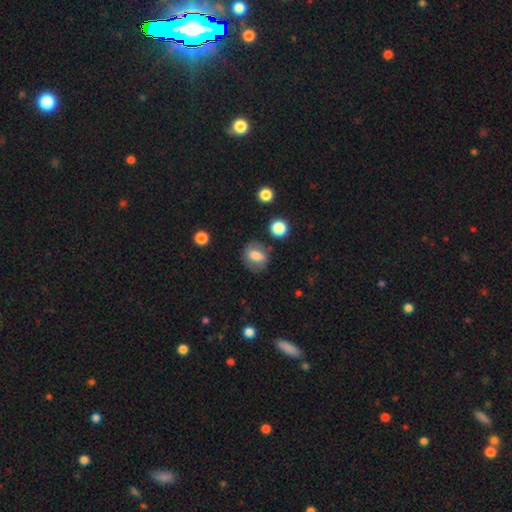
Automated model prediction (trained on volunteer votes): smooth_or_featured: smooth (p=0.70) [alt: featured or disk p=0.21]
how_rounded: in between (p=0.55) [alt: round p=0.43]
merging: none (p=0.74) [alt: minor disturbance p=0.16]